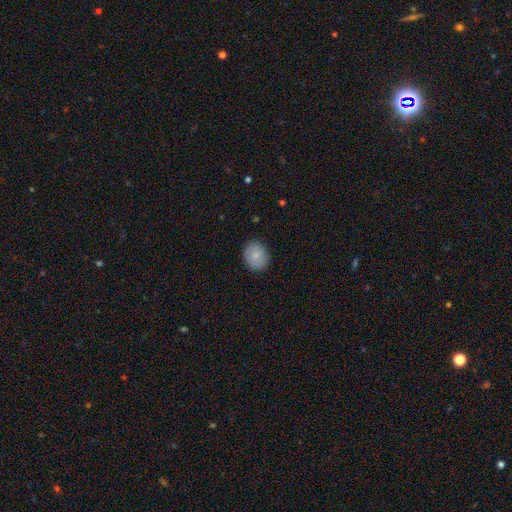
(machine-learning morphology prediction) Smooth or featured?
  - smooth: 81% *
  - featured or disk: 11%
  - star or artifact: 7%
How rounded?
  - round: 60% *
  - in between: 39%
  - cigar-shaped: 1%
Merging?
  - none: 84% *
  - minor disturbance: 13%
  - major disturbance: 3%
  - merger: 1%